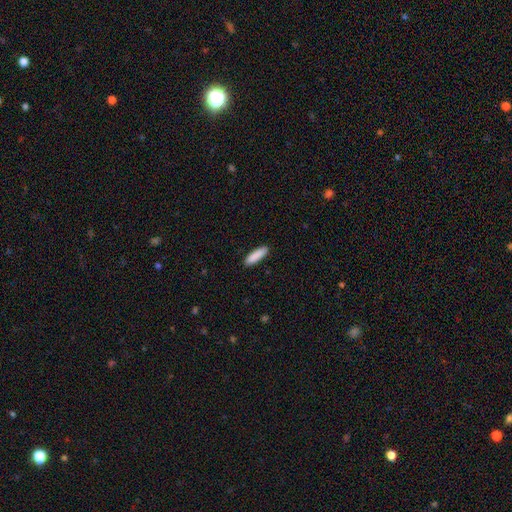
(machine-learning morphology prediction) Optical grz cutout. It shows a smooth galaxy with no disk features (90%) that is cigar-shaped (66%). Merging: none (90%).